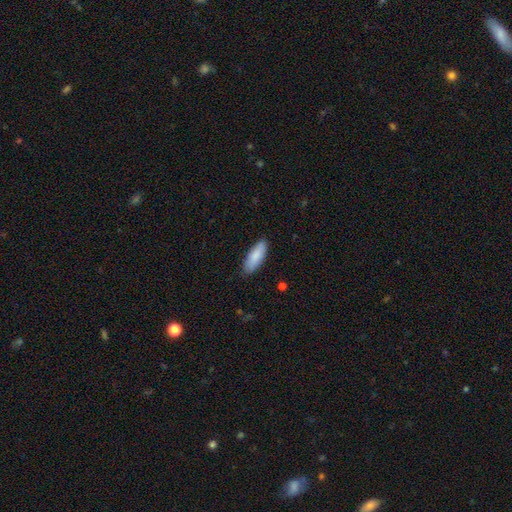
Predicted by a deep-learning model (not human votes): Q: Smooth or featured?
A: smooth (87%); runner-up: featured or disk (8%)
Q: How rounded?
A: in between (68%); runner-up: cigar-shaped (31%)
Q: Merging?
A: none (86%); runner-up: minor disturbance (11%)